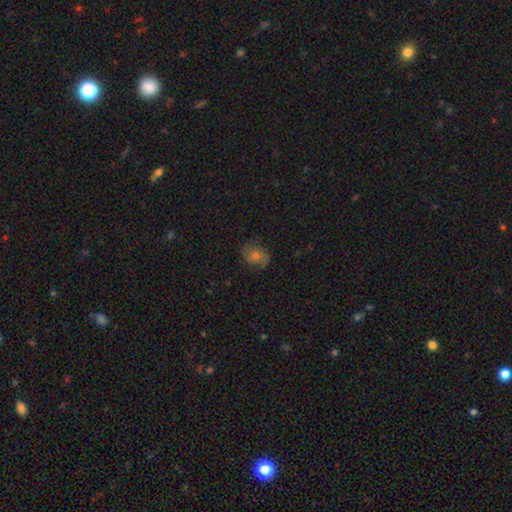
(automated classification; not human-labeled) A featured or disk galaxy (65%) with no bar (62%), 2 (85%) medium (51%) spiral arms (93%) and a moderate central bulge (55%). Merging: none (80%).